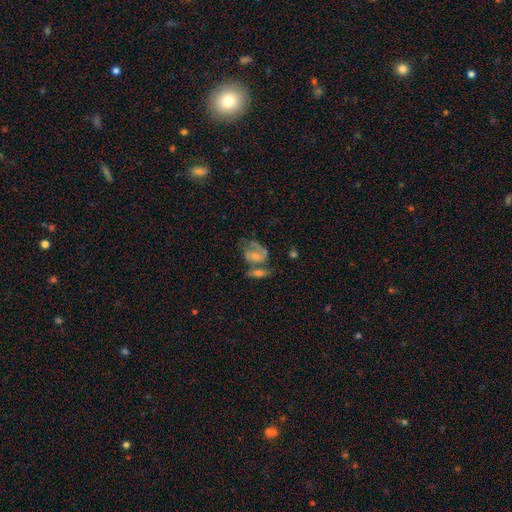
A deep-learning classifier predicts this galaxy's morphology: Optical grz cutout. It shows a featured or disk galaxy (52%). Merging: merger (40%).